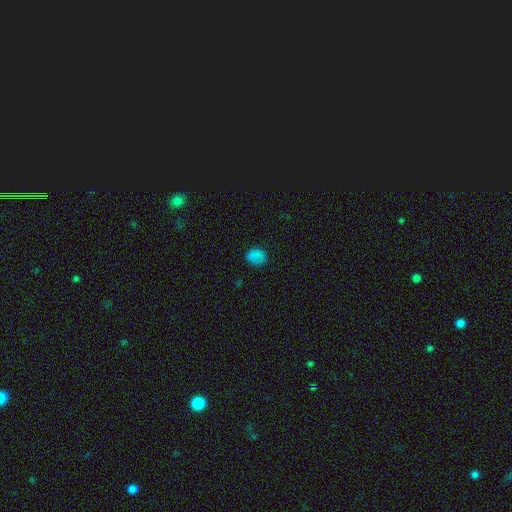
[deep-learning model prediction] Smooth or featured?
  - smooth: 80% *
  - star or artifact: 16%
  - featured or disk: 4%
How rounded?
  - in between: 60% *
  - round: 38%
  - cigar-shaped: 1%
Merging?
  - none: 83% *
  - minor disturbance: 13%
  - major disturbance: 3%
  - merger: 1%